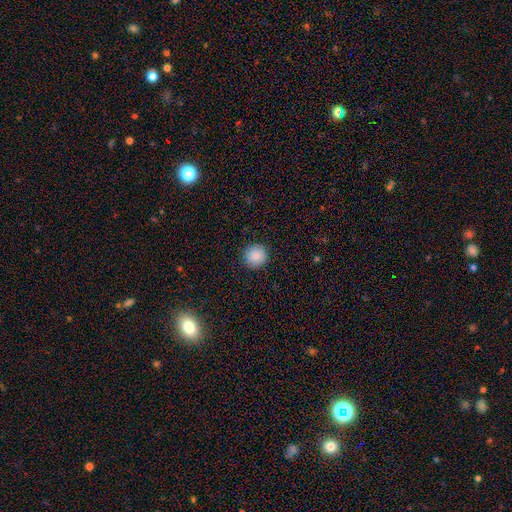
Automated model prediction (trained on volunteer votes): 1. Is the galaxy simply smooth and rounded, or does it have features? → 87% smooth, 9% star or artifact, 4% featured or disk.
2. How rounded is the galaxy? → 93% round, 6% in between, 1% cigar-shaped.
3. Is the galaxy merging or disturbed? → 91% none, 6% minor disturbance, 2% major disturbance, 1% merger.